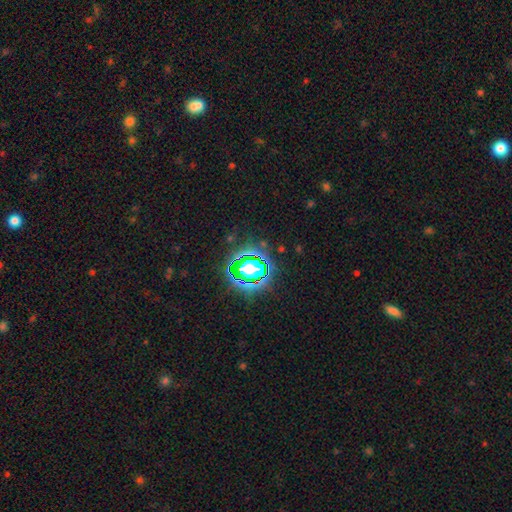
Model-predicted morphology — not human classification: smooth-or-featured: star or artifact: 78% | smooth: 14% | featured or disk: 8%